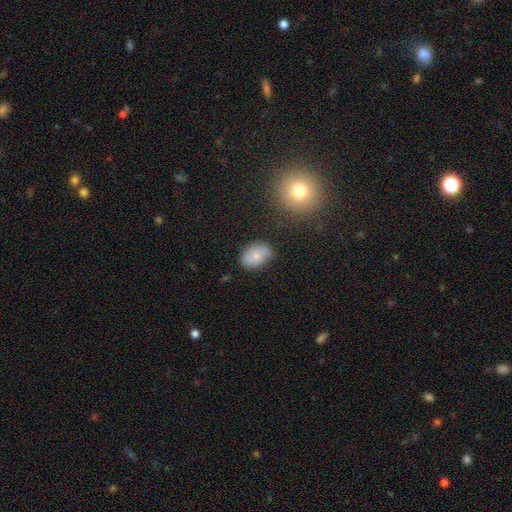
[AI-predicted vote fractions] A smooth galaxy with no disk features (71%) that is in between round and cigar-shaped (78%). Merging: none (76%).